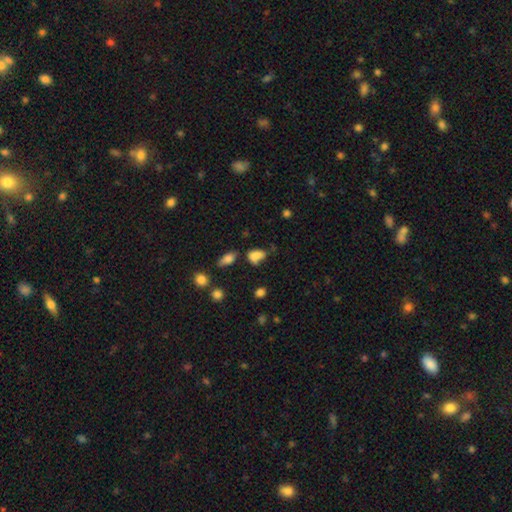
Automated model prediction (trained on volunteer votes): smooth_or_featured: smooth (p=0.72) [alt: featured or disk p=0.14]
how_rounded: in between (p=0.81) [alt: round p=0.14]
merging: none (p=0.39) [alt: minor disturbance p=0.28]